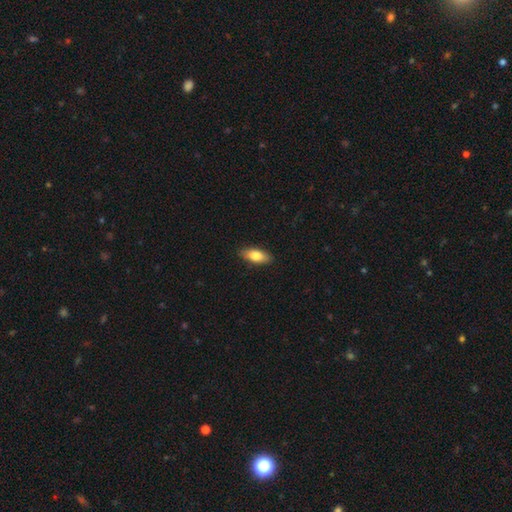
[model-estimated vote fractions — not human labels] A smooth galaxy with no disk features (80%) that is in between round and cigar-shaped (84%).

Vote fractions:
- Smooth or featured? smooth: 80% / featured or disk: 14% / star or artifact: 6%
- How rounded? in between: 84% / cigar-shaped: 14% / round: 3%
- Merging? none: 88% / minor disturbance: 9% / major disturbance: 2% / merger: 1%